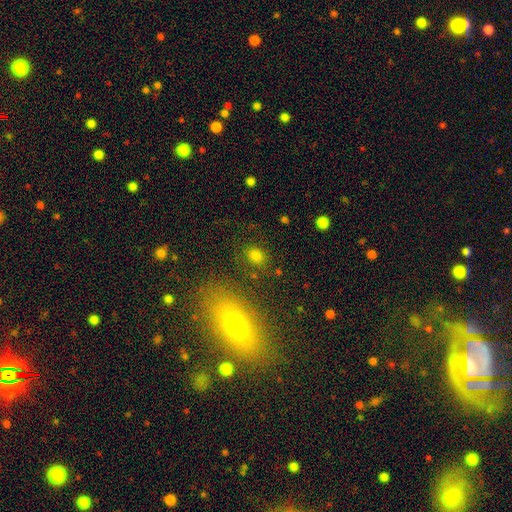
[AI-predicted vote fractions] A smooth galaxy with no disk features (78%) that is in between round and cigar-shaped (62%).

Vote fractions:
- Smooth or featured? smooth: 78% / star or artifact: 16% / featured or disk: 7%
- How rounded? in between: 62% / round: 36% / cigar-shaped: 2%
- Merging? none: 81% / minor disturbance: 11% / major disturbance: 4% / merger: 4%